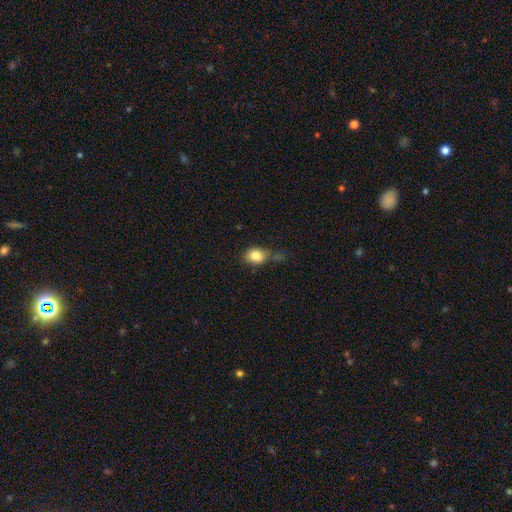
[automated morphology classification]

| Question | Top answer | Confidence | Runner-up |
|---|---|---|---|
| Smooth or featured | smooth | 83% | star or artifact (9%) |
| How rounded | in between | 64% | round (35%) |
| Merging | none | 49% | minor disturbance (28%) |